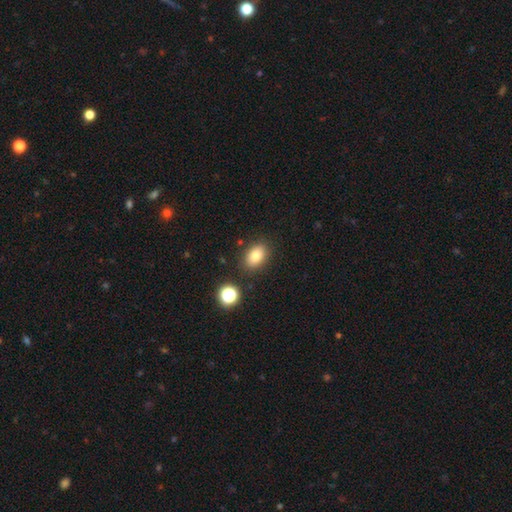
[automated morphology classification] Smooth or featured? smooth (81%)
How rounded? in between (83%)
Merging? none (84%)